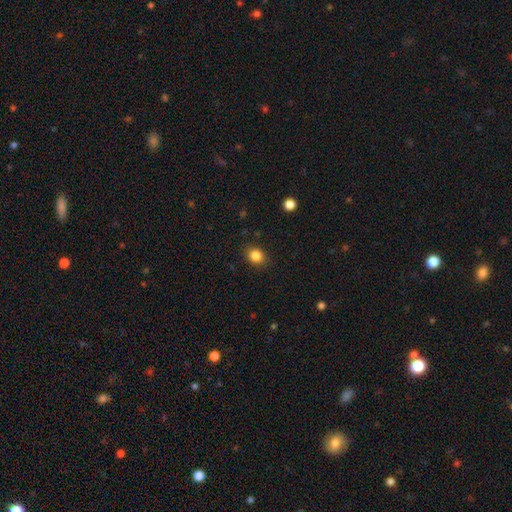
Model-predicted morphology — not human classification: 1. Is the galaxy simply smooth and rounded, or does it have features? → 85% smooth, 10% star or artifact, 5% featured or disk.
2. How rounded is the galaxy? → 58% round, 41% in between, 1% cigar-shaped.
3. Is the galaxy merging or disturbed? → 85% none, 10% minor disturbance, 3% major disturbance, 1% merger.